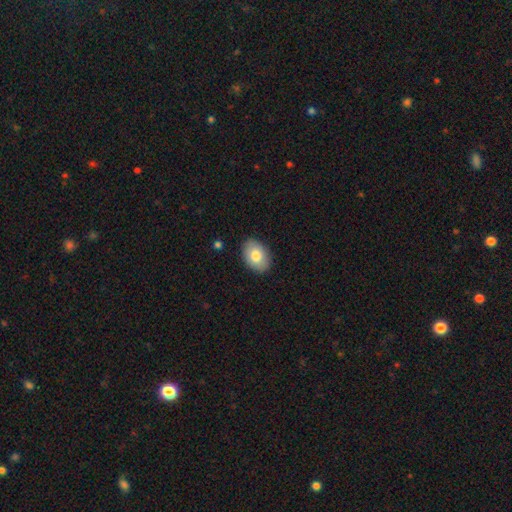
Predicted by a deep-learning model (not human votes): Smooth or featured? smooth (80%)
How rounded? in between (82%)
Merging? none (88%)